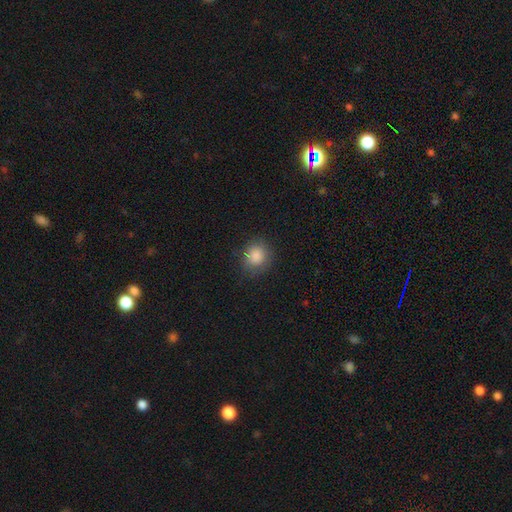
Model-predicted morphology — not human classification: Smooth or featured?
  - smooth: 86% *
  - star or artifact: 9%
  - featured or disk: 4%
How rounded?
  - round: 81% *
  - in between: 18%
  - cigar-shaped: 1%
Merging?
  - none: 81% *
  - minor disturbance: 14%
  - major disturbance: 4%
  - merger: 1%